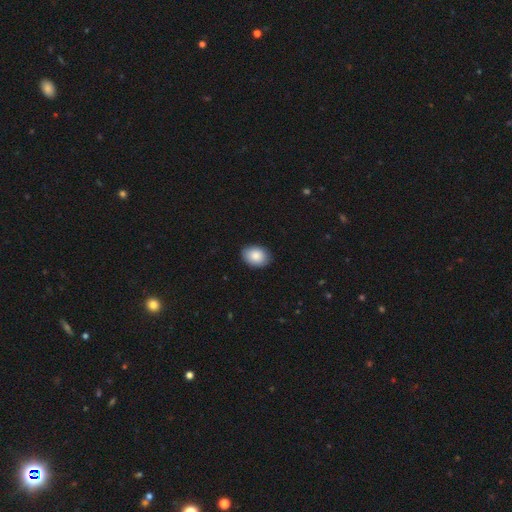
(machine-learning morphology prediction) The model was most divided on "how rounded": in between: 73%, round: 26%, cigar-shaped: 1%. More confident: merging — none (88%); smooth or featured — smooth (87%).